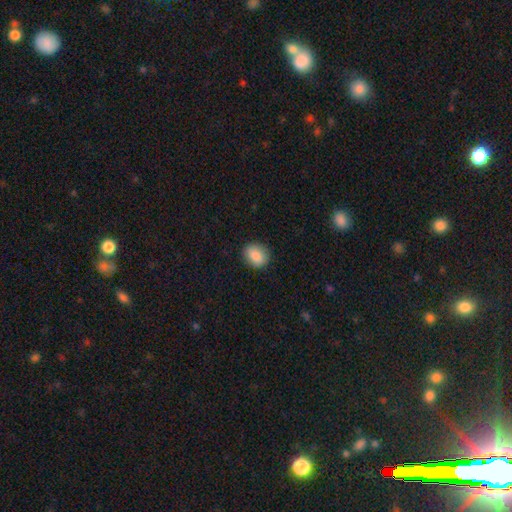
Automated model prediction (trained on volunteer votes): Morphology: type=smooth (86%); roundness=round (63%); merging=none (87%).